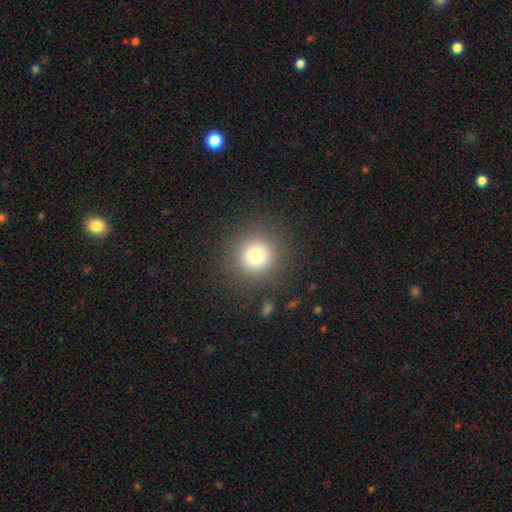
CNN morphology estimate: smooth-or-featured: smooth: 74% | star or artifact: 14% | featured or disk: 12%
  how-rounded: round: 95% | in between: 4% | cigar-shaped: 1%
  merging: none: 88% | minor disturbance: 6% | major disturbance: 4% | merger: 1%